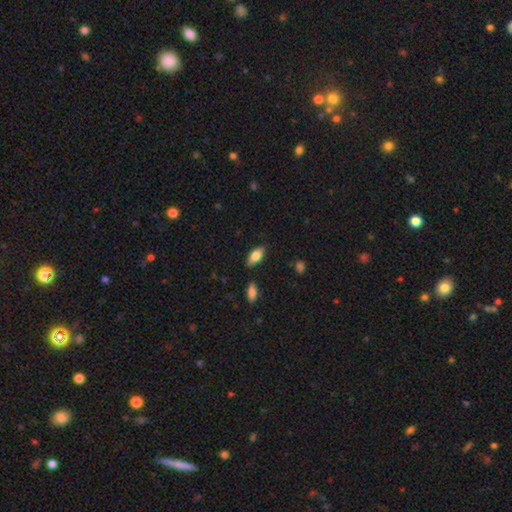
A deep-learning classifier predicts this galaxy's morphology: This appears to be a smooth galaxy with no disk features (77%) that is in between round and cigar-shaped (86%). Merging: none (84%).